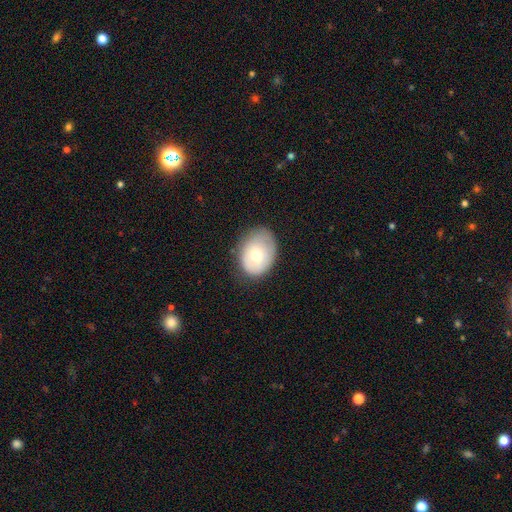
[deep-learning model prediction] This appears to be a smooth galaxy with no disk features (68%) that is in between round and cigar-shaped (64%). Merging: none (68%).